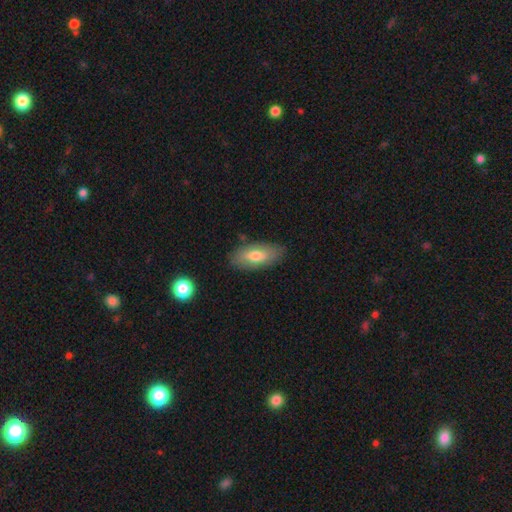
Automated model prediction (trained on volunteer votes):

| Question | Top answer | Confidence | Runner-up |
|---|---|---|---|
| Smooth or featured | smooth | 69% | featured or disk (25%) |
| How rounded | in between | 83% | cigar-shaped (14%) |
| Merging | none | 82% | minor disturbance (13%) |